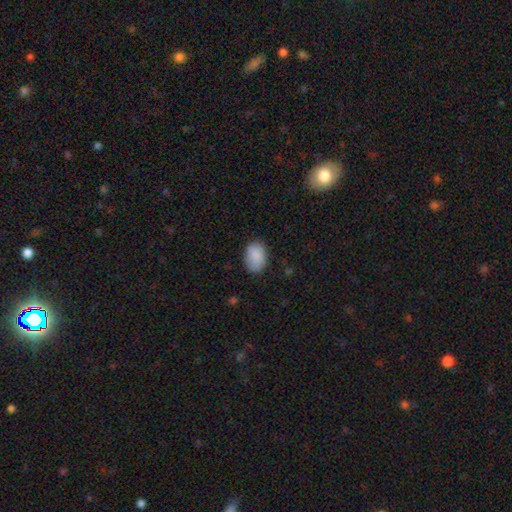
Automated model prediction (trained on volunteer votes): Smooth or featured? smooth (88%)
How rounded? in between (84%)
Merging? none (78%)